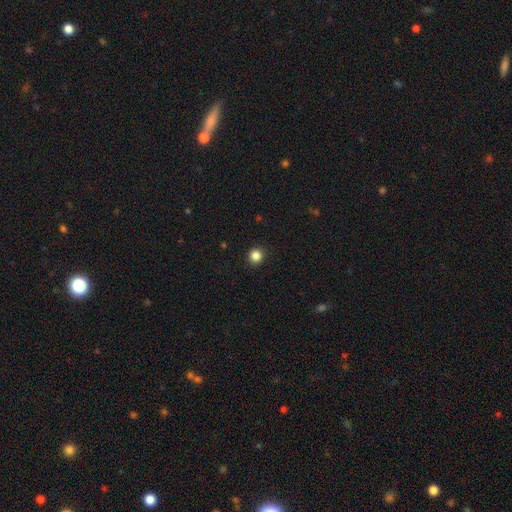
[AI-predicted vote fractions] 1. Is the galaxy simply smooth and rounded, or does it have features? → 84% smooth, 12% star or artifact, 3% featured or disk.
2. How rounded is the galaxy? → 92% round, 7% in between, 1% cigar-shaped.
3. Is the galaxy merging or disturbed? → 92% none, 5% minor disturbance, 2% major disturbance, 1% merger.